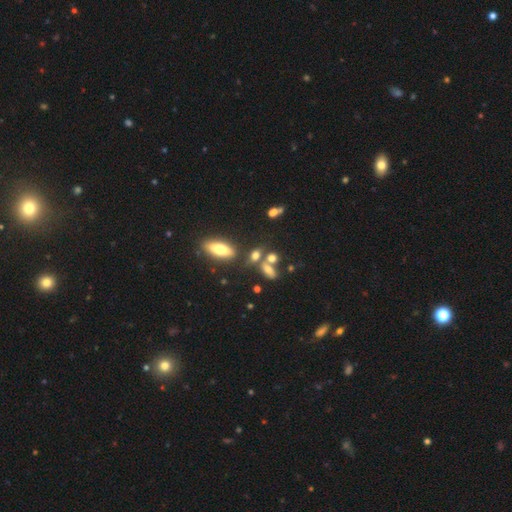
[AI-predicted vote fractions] Q: Smooth or featured?
A: smooth (67%); runner-up: star or artifact (17%)
Q: How rounded?
A: in between (58%); runner-up: round (28%)
Q: Merging?
A: none (51%); runner-up: merger (30%)